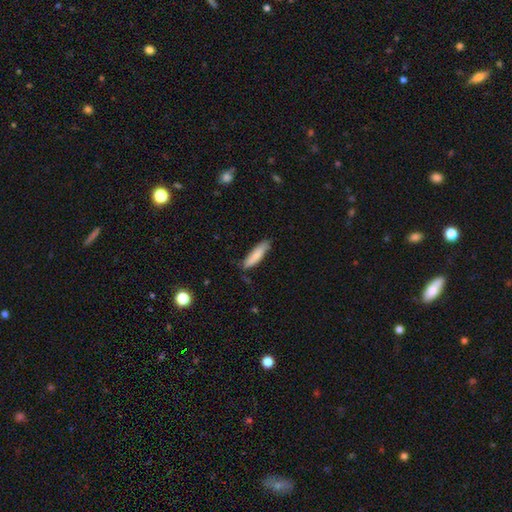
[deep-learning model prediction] Overall: smooth (83%). How rounded: cigar-shaped (74%). Merging: none (77%).